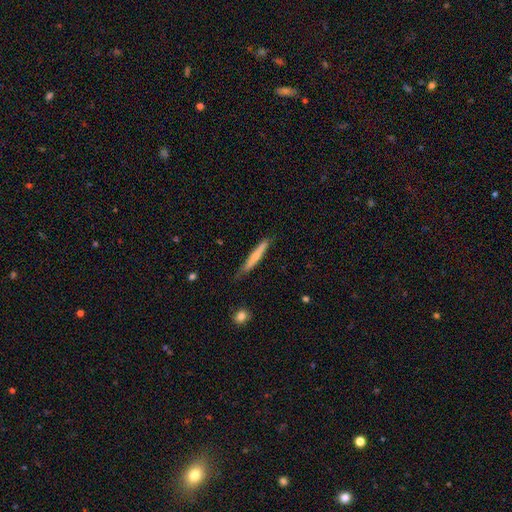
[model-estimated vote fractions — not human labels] This appears to be a smooth galaxy with no disk features (58%) that is cigar-shaped (94%). Merging: none (74%).